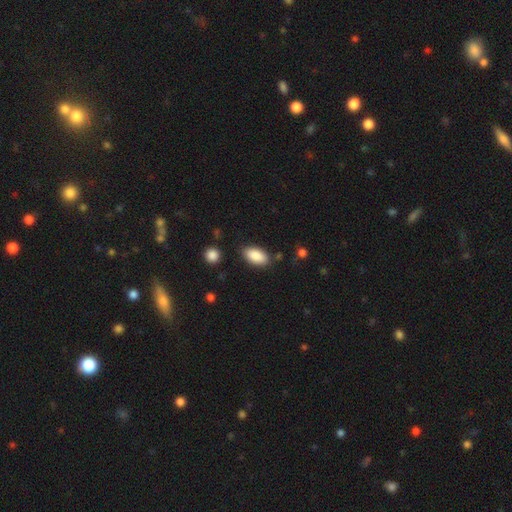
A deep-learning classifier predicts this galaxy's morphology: Overall: smooth (88%). How rounded: in between (93%). Merging: none (83%).